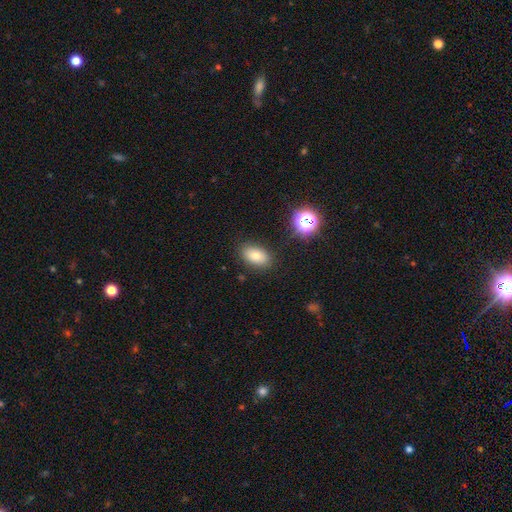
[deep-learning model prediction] A smooth galaxy with no disk features (77%) that is in between round and cigar-shaped (88%).

Vote fractions:
- Smooth or featured? smooth: 77% / star or artifact: 12% / featured or disk: 11%
- How rounded? in between: 88% / round: 10% / cigar-shaped: 2%
- Merging? none: 85% / minor disturbance: 10% / major disturbance: 3% / merger: 2%